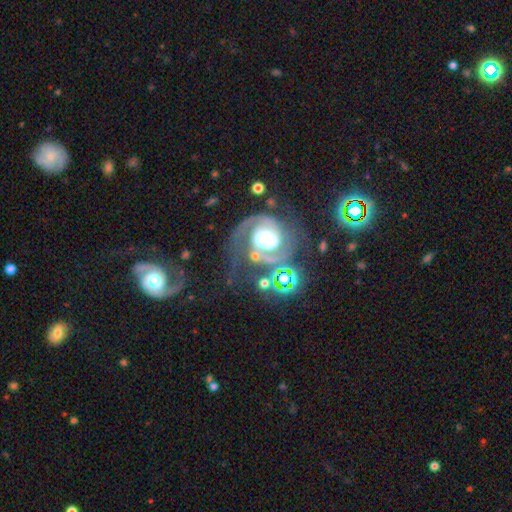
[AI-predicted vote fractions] Smooth or featured? Predicted: featured or disk (p=0.84). Edge-on disk? Predicted: no (p=0.98). Bar? Predicted: no (p=0.47). Spiral arms? Predicted: yes (p=0.96). Spiral winding? Predicted: medium (p=0.46). Spiral arm count? Predicted: 2 (p=0.74). Bulge size? Predicted: large (p=0.44). Merging? Predicted: none (p=0.45).